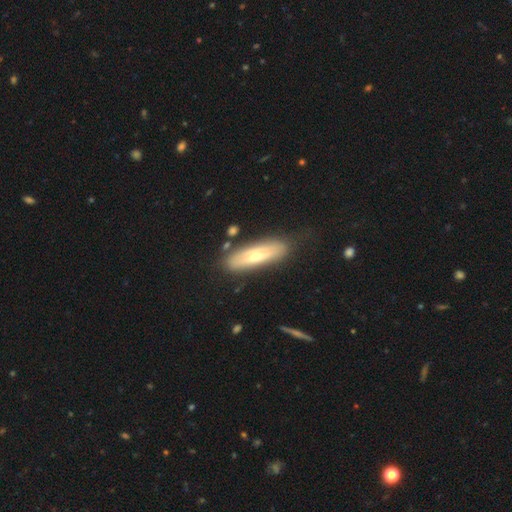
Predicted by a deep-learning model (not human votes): Q: Smooth or featured?
A: smooth (51%); runner-up: featured or disk (42%)
Q: How rounded?
A: cigar-shaped (53%); runner-up: in between (45%)
Q: Merging?
A: none (77%); runner-up: minor disturbance (15%)